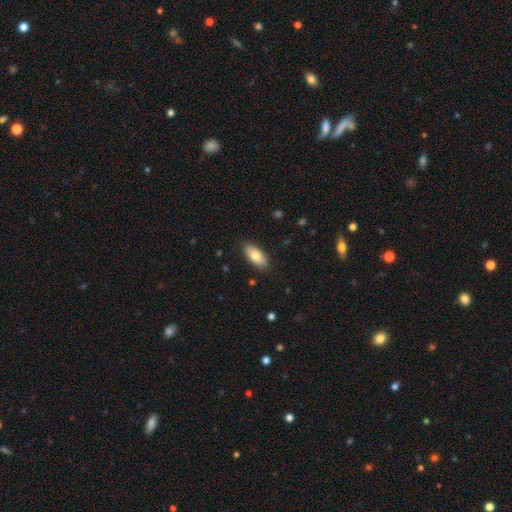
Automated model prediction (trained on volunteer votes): A smooth galaxy with no disk features (77%) that is in between round and cigar-shaped (85%).

Vote fractions:
- Smooth or featured? smooth: 77% / featured or disk: 16% / star or artifact: 6%
- How rounded? in between: 85% / cigar-shaped: 12% / round: 2%
- Merging? none: 88% / minor disturbance: 9% / major disturbance: 2% / merger: 1%